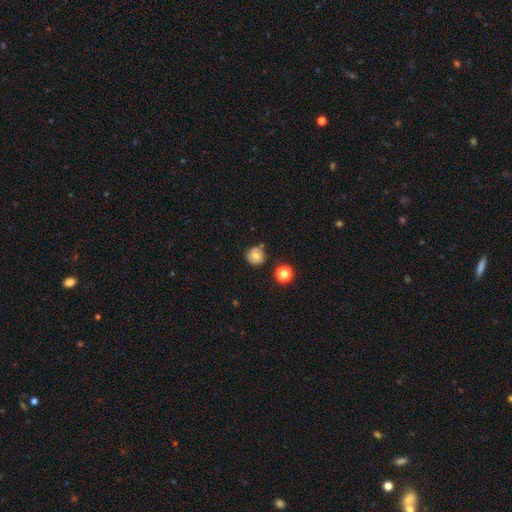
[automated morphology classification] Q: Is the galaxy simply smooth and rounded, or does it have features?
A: smooth — 58%.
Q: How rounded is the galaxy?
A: round — 89%.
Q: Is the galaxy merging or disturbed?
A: none — 76%.